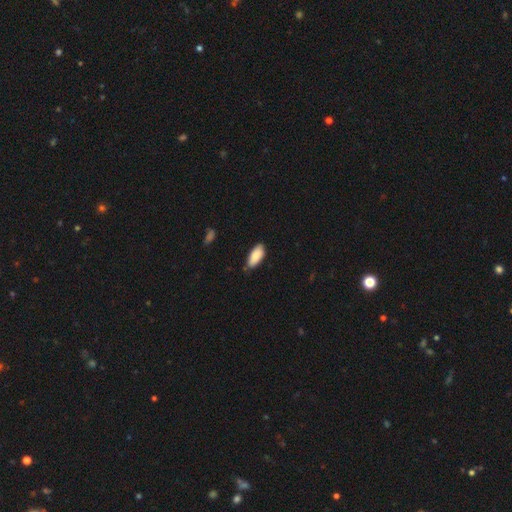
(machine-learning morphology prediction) smooth-or-featured: smooth: 87% | featured or disk: 6% | star or artifact: 6%
  how-rounded: in between: 87% | cigar-shaped: 12% | round: 2%
  merging: none: 72% | minor disturbance: 24% | major disturbance: 3% | merger: 2%